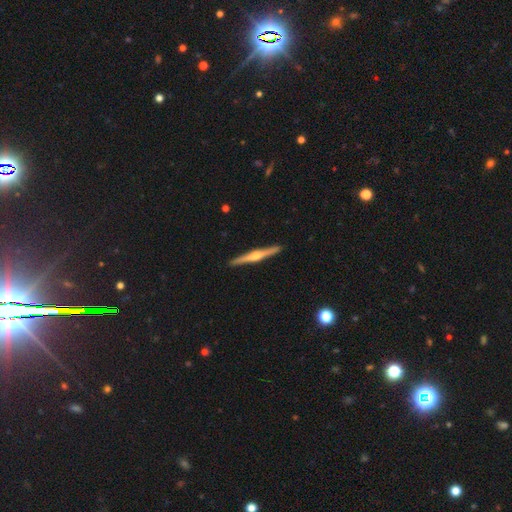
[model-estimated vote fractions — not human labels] Smooth or featured? featured or disk (76%)
Edge-on disk? yes (98%)
Edge-on bulge? rounded (91%)
Merging? none (93%)